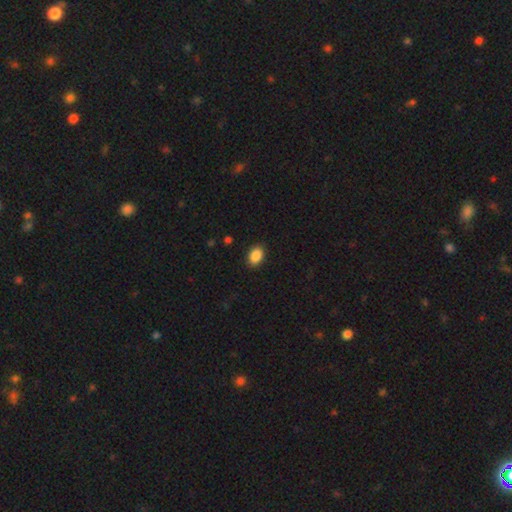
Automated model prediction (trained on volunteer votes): The model was most divided on "how rounded": in between: 81%, round: 18%, cigar-shaped: 1%. More confident: smooth or featured — smooth (89%); merging — none (89%).